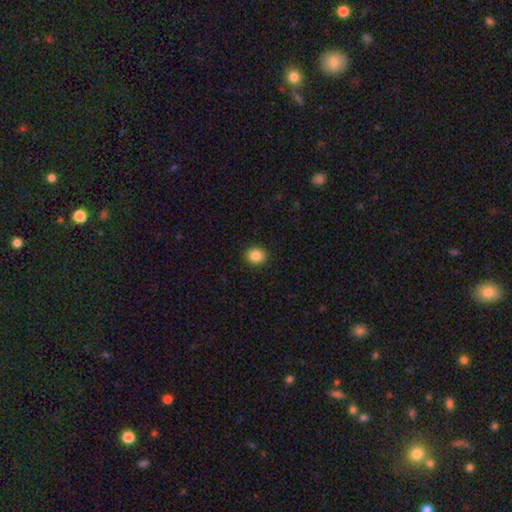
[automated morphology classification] Smooth or featured? smooth (87%)
How rounded? round (77%)
Merging? none (92%)